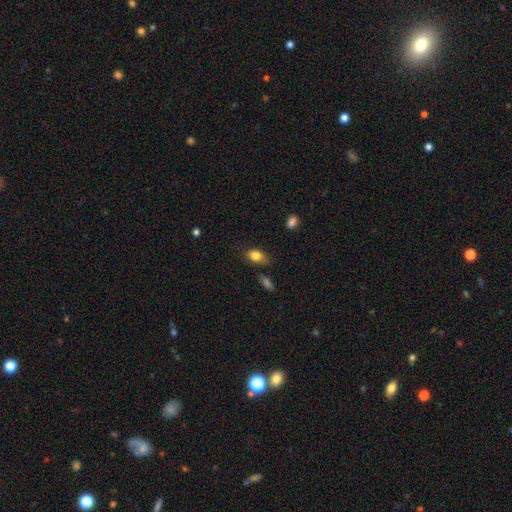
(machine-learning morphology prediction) smooth 82%, featured or disk 9%, star or artifact 9%. Down the decision tree: how rounded — in between (81%); merging — none (63%).